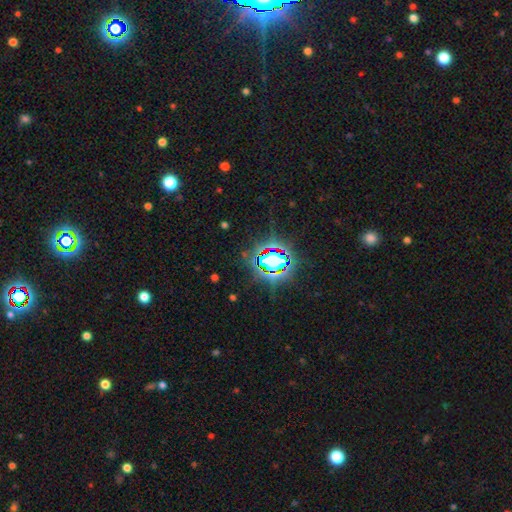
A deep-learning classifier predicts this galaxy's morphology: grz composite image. It shows a star or artifact, not a galaxy (78%).